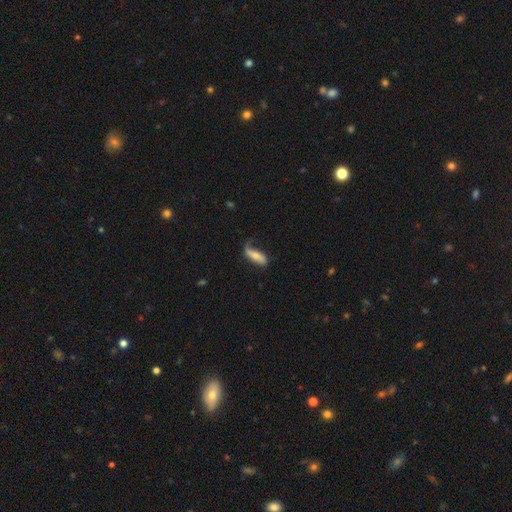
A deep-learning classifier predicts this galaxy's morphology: A smooth galaxy with no disk features (52%) that is in between round and cigar-shaped (58%). Merging: none (44%).